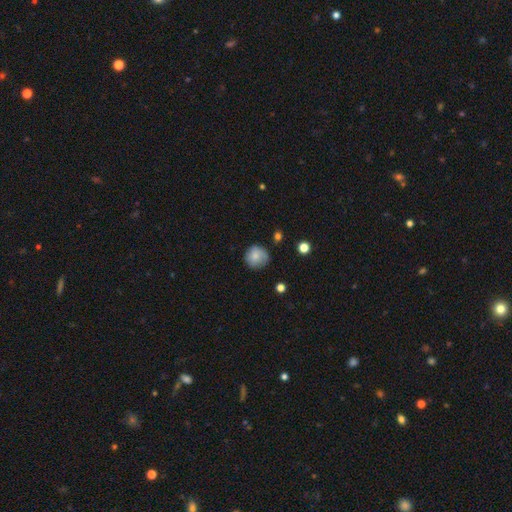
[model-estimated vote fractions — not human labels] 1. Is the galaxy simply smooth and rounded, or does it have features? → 76% smooth, 16% featured or disk, 9% star or artifact.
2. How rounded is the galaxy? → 88% round, 11% in between, 1% cigar-shaped.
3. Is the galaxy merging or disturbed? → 67% none, 25% minor disturbance, 6% major disturbance, 2% merger.